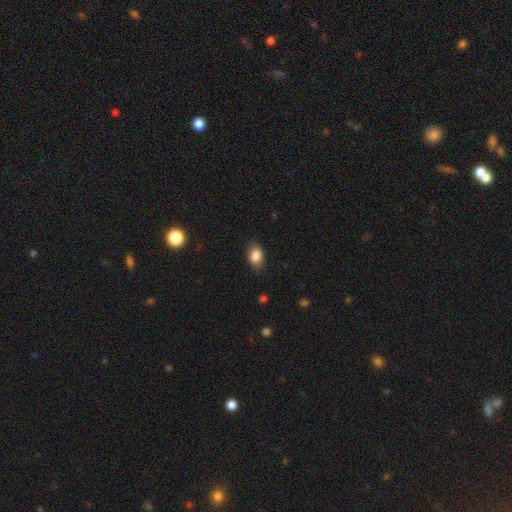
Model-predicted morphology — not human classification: Smooth or featured? Predicted: smooth (p=0.85). How rounded? Predicted: in between (p=0.83). Merging? Predicted: none (p=0.79).